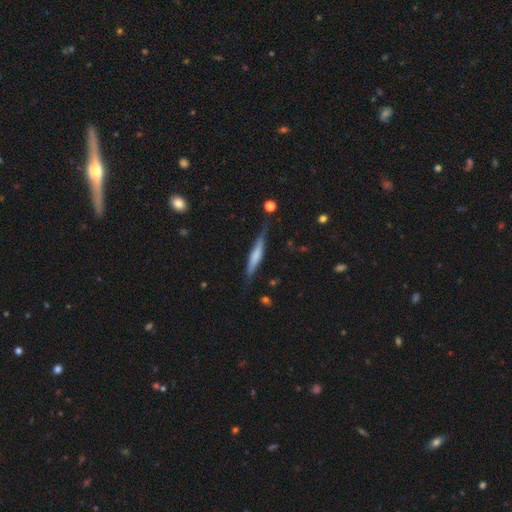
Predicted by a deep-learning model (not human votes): smooth_or_featured: smooth (p=0.57) [alt: featured or disk p=0.38]
how_rounded: cigar-shaped (p=0.89) [alt: in between p=0.09]
merging: none (p=0.67) [alt: minor disturbance p=0.24]